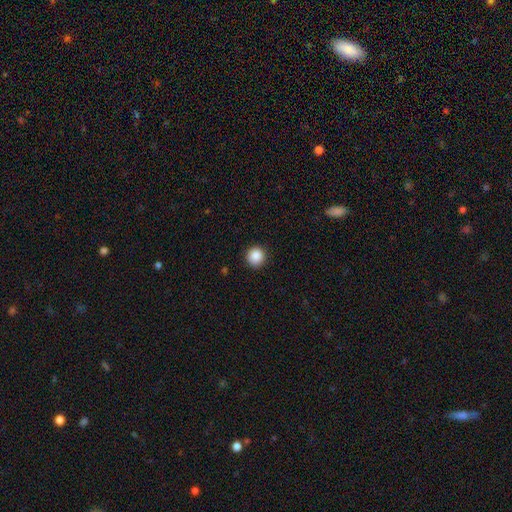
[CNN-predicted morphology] Smooth or featured?
  - smooth: 88% *
  - star or artifact: 9%
  - featured or disk: 3%
How rounded?
  - round: 94% *
  - in between: 5%
  - cigar-shaped: 1%
Merging?
  - none: 91% *
  - minor disturbance: 6%
  - major disturbance: 2%
  - merger: 1%